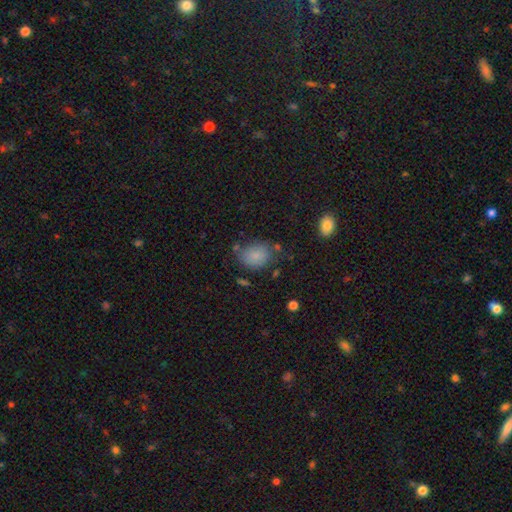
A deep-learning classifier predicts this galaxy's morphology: smooth-or-featured: smooth: 83% | star or artifact: 10% | featured or disk: 7%
  how-rounded: in between: 58% | round: 41% | cigar-shaped: 1%
  merging: none: 65% | minor disturbance: 21% | merger: 7% | major disturbance: 7%